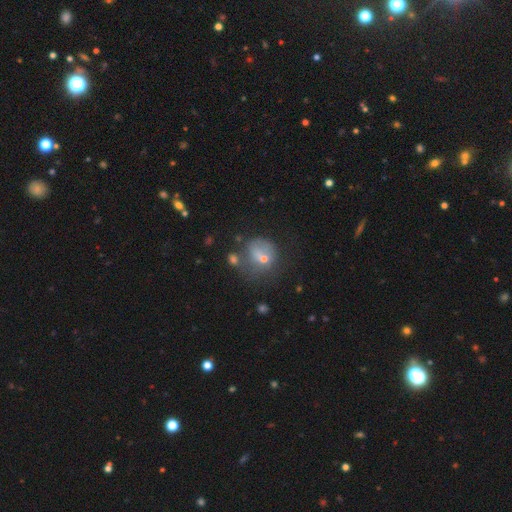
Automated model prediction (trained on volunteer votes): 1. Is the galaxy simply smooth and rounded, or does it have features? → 46% smooth, 32% featured or disk, 21% star or artifact.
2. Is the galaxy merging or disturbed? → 56% none, 21% minor disturbance, 13% major disturbance, 11% merger.